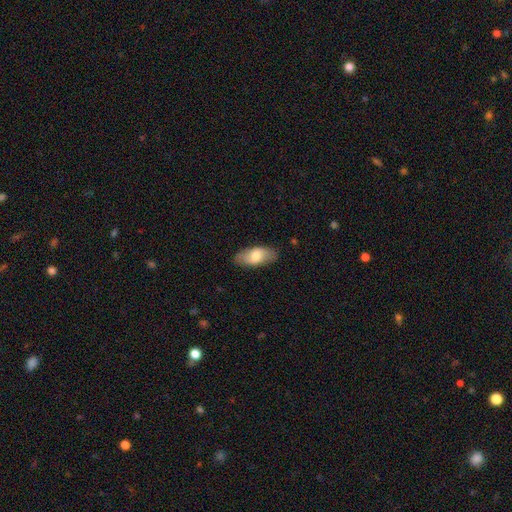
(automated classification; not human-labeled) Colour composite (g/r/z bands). It shows a smooth galaxy with no disk features (71%) that is in between round and cigar-shaped (87%). Merging: none (84%).